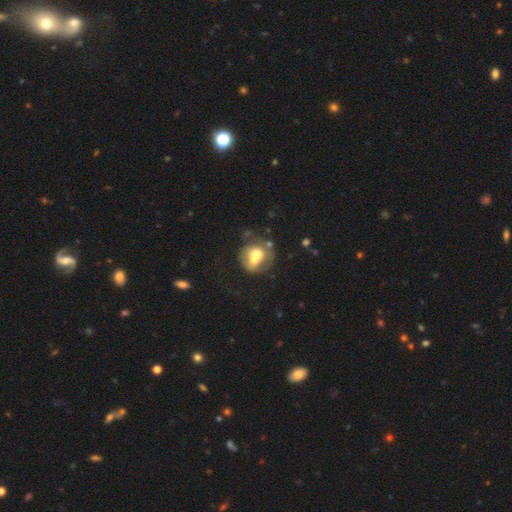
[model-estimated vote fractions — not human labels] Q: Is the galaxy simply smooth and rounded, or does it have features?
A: smooth — 56%.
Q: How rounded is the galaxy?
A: round — 70%.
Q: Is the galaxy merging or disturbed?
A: merger — 52%.